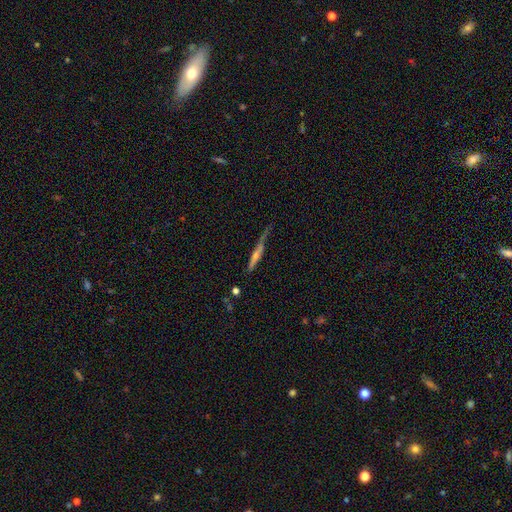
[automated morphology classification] smooth-or-featured: featured or disk: 68% | smooth: 21% | star or artifact: 10%
  disk-edge-on: yes: 95% | no: 5%
    edge-on-bulge: rounded: 68% | none: 21% | boxy: 10%
  merging: none: 69% | minor disturbance: 21% | major disturbance: 7% | merger: 4%